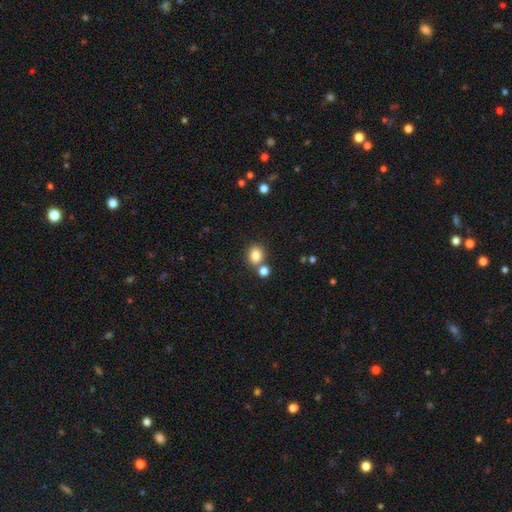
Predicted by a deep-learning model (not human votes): The model was most divided on "how rounded": round: 70%, in between: 29%, cigar-shaped: 1%. More confident: smooth or featured — smooth (82%); merging — none (68%).